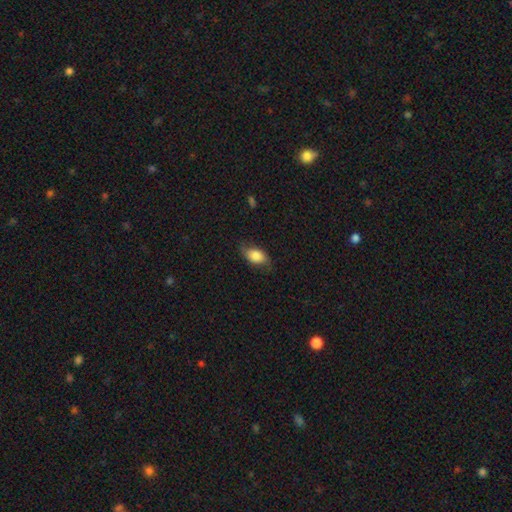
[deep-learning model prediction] smooth_or_featured: smooth (p=0.74) [alt: featured or disk p=0.18]
how_rounded: in between (p=0.87) [alt: round p=0.10]
merging: none (p=0.69) [alt: minor disturbance p=0.23]